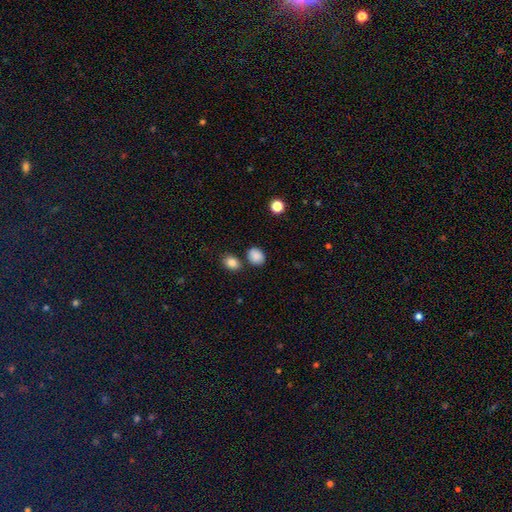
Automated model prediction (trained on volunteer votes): This is clearly a smooth galaxy (86%). How rounded: possibly in between (51%). Merging: likely none (76%).